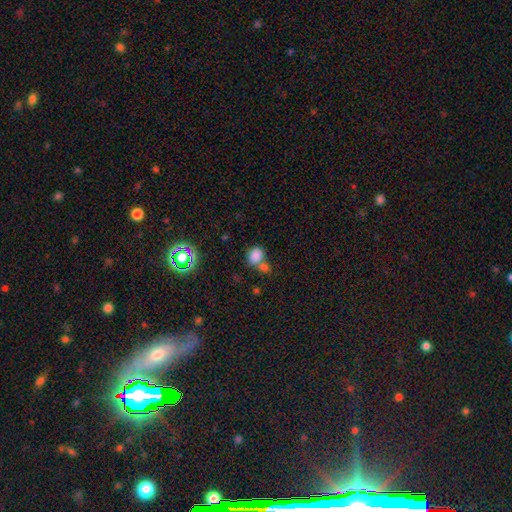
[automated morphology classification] type=smooth (80%); roundness=round (55%); merging=none (43%).